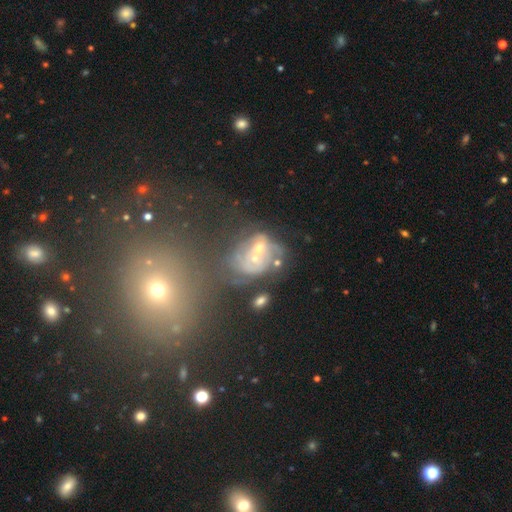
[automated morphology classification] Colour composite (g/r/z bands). It shows a featured or disk galaxy (58%) with no bar (68%), spiral arms (62%) and a small central bulge (56%). Merging: none (36%).